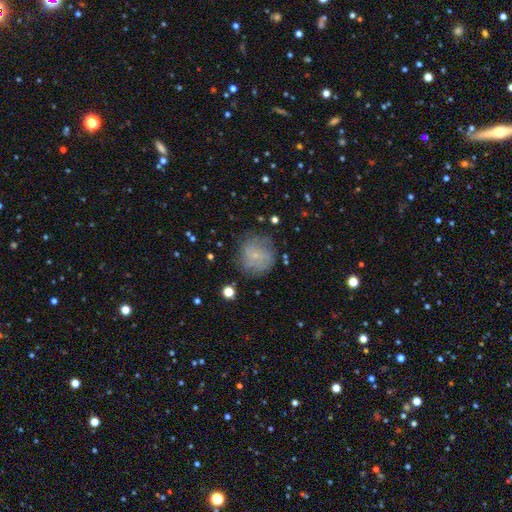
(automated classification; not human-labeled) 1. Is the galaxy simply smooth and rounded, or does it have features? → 54% smooth, 33% featured or disk, 13% star or artifact.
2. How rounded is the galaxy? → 90% round, 9% in between, 1% cigar-shaped.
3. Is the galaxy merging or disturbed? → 70% none, 19% minor disturbance, 9% major disturbance, 2% merger.